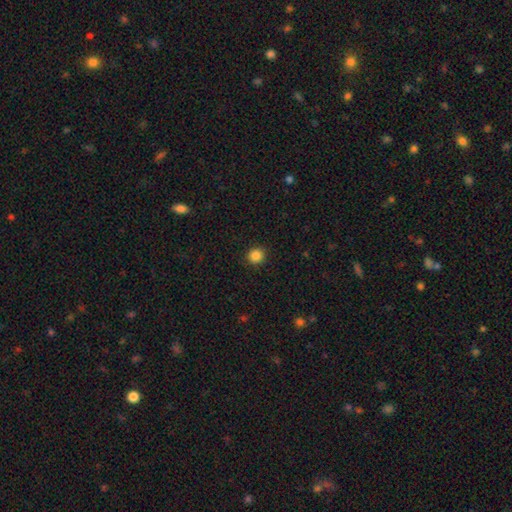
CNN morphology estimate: A smooth galaxy with no disk features (85%) that is round (92%).

Vote fractions:
- Smooth or featured? smooth: 85% / star or artifact: 11% / featured or disk: 3%
- How rounded? round: 92% / in between: 7% / cigar-shaped: 1%
- Merging? none: 92% / minor disturbance: 5% / major disturbance: 2% / merger: 1%